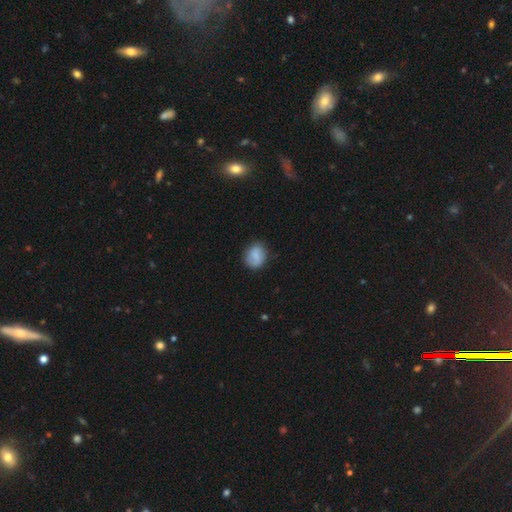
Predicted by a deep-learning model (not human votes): Smooth or featured?
  - smooth: 76% *
  - featured or disk: 17%
  - star or artifact: 7%
How rounded?
  - round: 56% *
  - in between: 43%
  - cigar-shaped: 1%
Merging?
  - none: 74% *
  - minor disturbance: 19%
  - major disturbance: 5%
  - merger: 2%